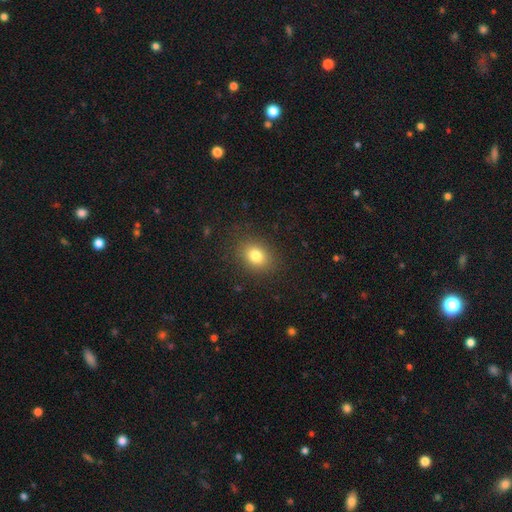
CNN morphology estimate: The model was most divided on "how rounded": in between: 59%, round: 40%, cigar-shaped: 1%. More confident: merging — none (86%); smooth or featured — smooth (80%).